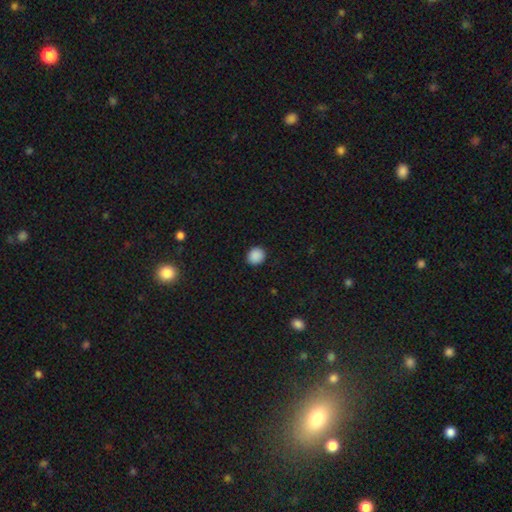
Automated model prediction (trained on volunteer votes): A smooth galaxy with no disk features (89%) that is round (78%).

Vote fractions:
- Smooth or featured? smooth: 89% / star or artifact: 9% / featured or disk: 2%
- How rounded? round: 78% / in between: 22% / cigar-shaped: 1%
- Merging? none: 91% / minor disturbance: 6% / major disturbance: 2% / merger: 1%